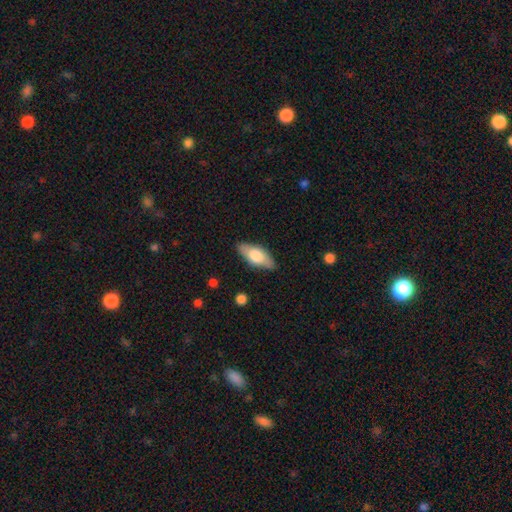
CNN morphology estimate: A smooth galaxy with no disk features (64%) that is in between round and cigar-shaped (80%).

Vote fractions:
- Smooth or featured? smooth: 64% / featured or disk: 30% / star or artifact: 6%
- How rounded? in between: 80% / cigar-shaped: 17% / round: 3%
- Merging? none: 84% / minor disturbance: 12% / major disturbance: 2% / merger: 1%